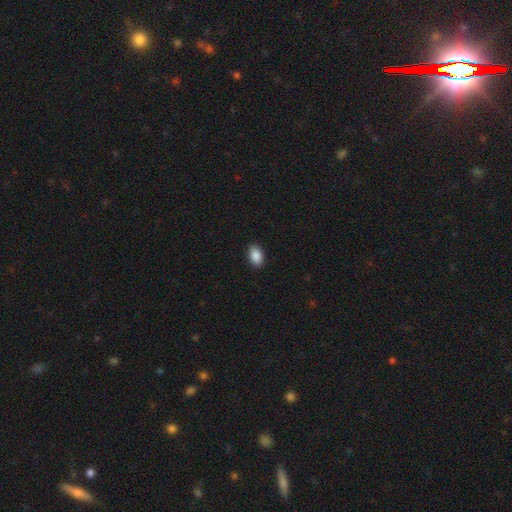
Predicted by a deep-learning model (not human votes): Overall: smooth (89%). How rounded: in between (91%). Merging: none (90%).